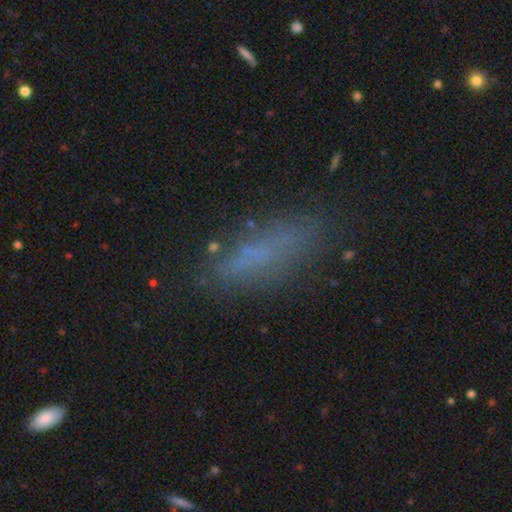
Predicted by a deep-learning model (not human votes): A smooth galaxy with no disk features (58%) that is cigar-shaped (56%). Merging: none (69%).